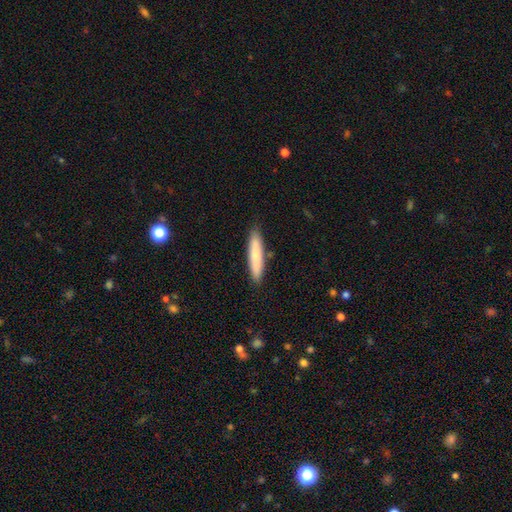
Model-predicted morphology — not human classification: smooth-or-featured: smooth: 74% | featured or disk: 20% | star or artifact: 6%
  how-rounded: cigar-shaped: 85% | in between: 14% | round: 1%
  merging: none: 86% | minor disturbance: 10% | major disturbance: 2% | merger: 2%